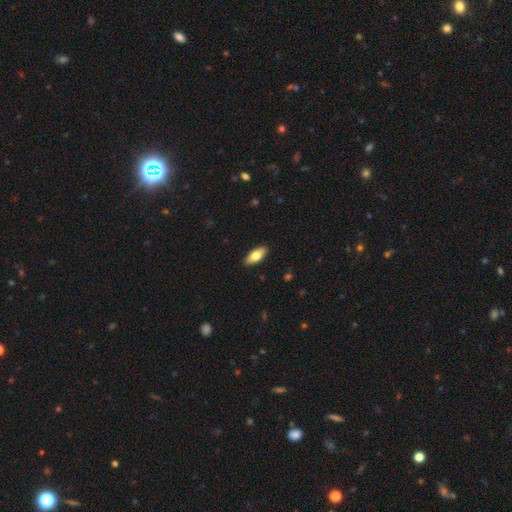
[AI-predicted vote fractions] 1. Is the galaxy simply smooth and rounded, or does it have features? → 71% smooth, 24% featured or disk, 6% star or artifact.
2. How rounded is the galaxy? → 80% in between, 17% cigar-shaped, 2% round.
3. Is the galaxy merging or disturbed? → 90% none, 7% minor disturbance, 2% major disturbance, 1% merger.